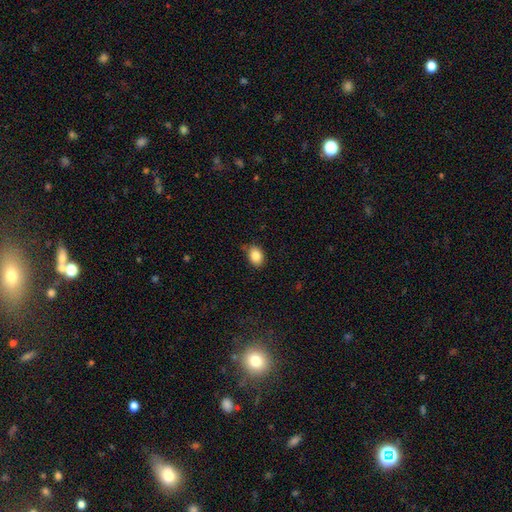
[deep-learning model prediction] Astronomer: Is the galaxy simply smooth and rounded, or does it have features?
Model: smooth — 85%.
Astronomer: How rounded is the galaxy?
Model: in between — 70%.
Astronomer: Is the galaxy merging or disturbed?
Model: none — 80%.